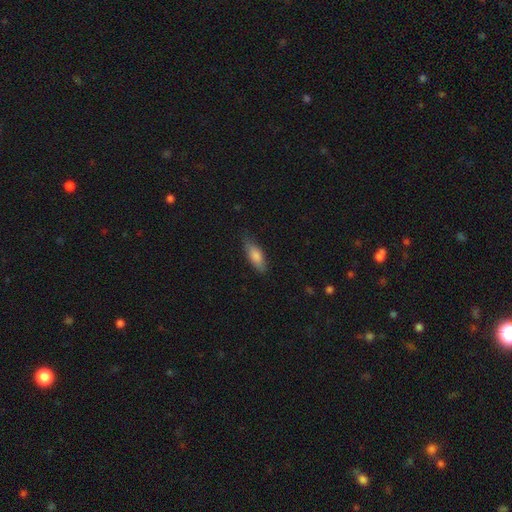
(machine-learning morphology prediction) Overall: smooth (80%). How rounded: in between (67%; cigar-shaped 31%). Merging: none (75%).